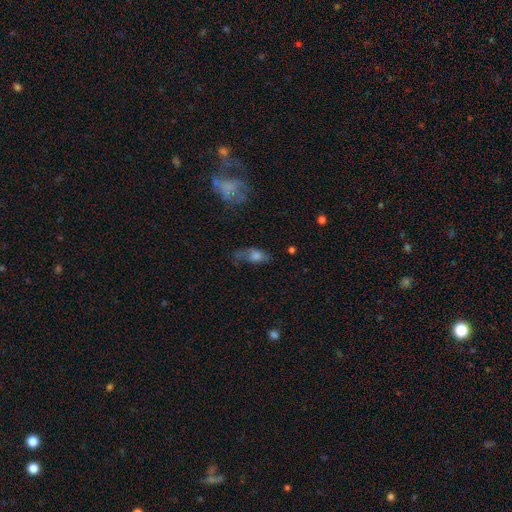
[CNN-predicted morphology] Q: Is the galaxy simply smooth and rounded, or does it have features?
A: smooth — 59%.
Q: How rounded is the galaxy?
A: in between — 74%.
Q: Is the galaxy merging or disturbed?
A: none — 43%.